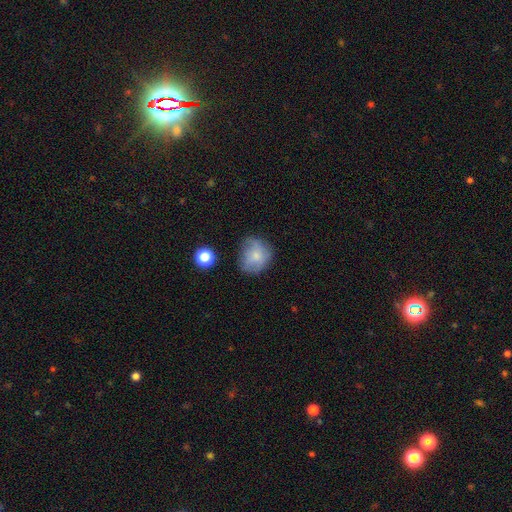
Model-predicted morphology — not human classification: A smooth galaxy with no disk features (67%) that is round (72%). Merging: none (53%).